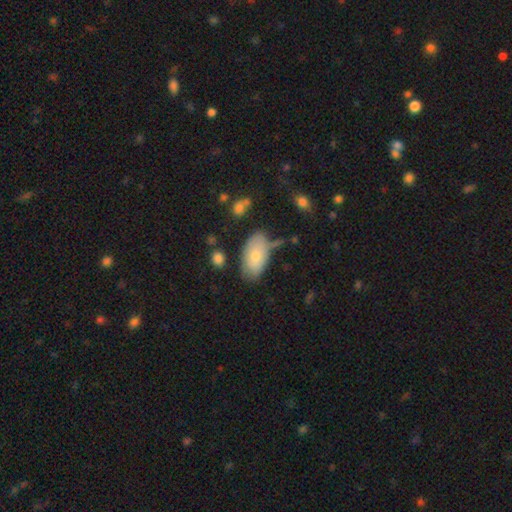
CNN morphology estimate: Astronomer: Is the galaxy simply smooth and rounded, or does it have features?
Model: smooth — 73%.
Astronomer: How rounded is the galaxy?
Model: in between — 94%.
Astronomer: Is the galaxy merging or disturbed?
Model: none — 65%.